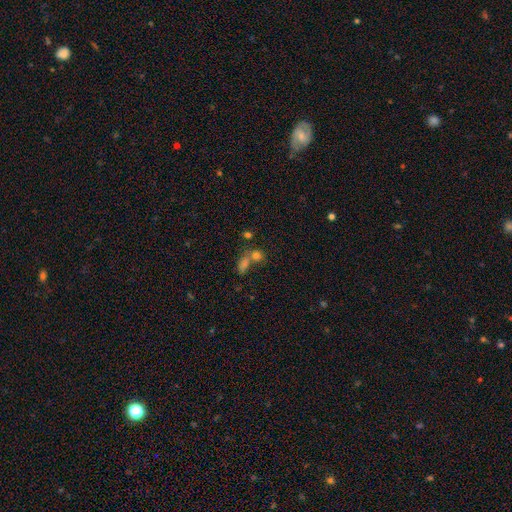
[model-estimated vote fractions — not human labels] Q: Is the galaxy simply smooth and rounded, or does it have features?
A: star or artifact — 45%.